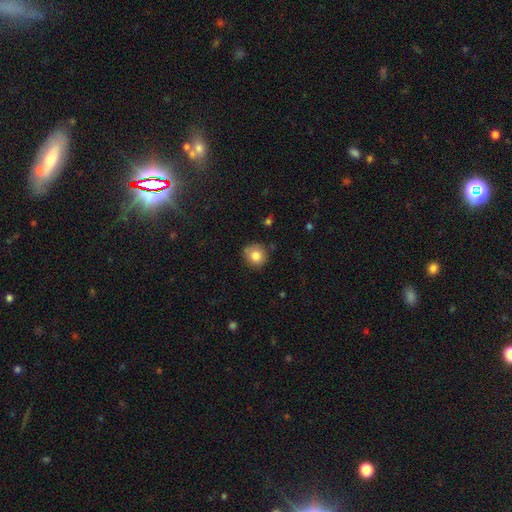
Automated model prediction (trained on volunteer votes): A smooth galaxy with no disk features (82%) that is round (88%).

Vote fractions:
- Smooth or featured? smooth: 82% / star or artifact: 10% / featured or disk: 9%
- How rounded? round: 88% / in between: 11% / cigar-shaped: 1%
- Merging? none: 79% / minor disturbance: 15% / major disturbance: 3% / merger: 3%